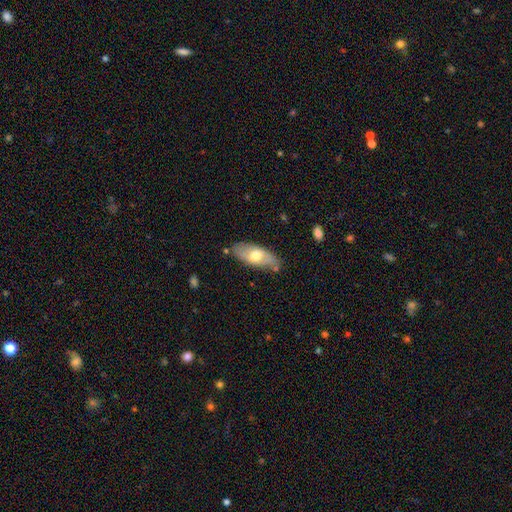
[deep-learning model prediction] Smooth or featured? Predicted: smooth (p=0.56). How rounded? Predicted: in between (p=0.82). Merging? Predicted: none (p=0.75).